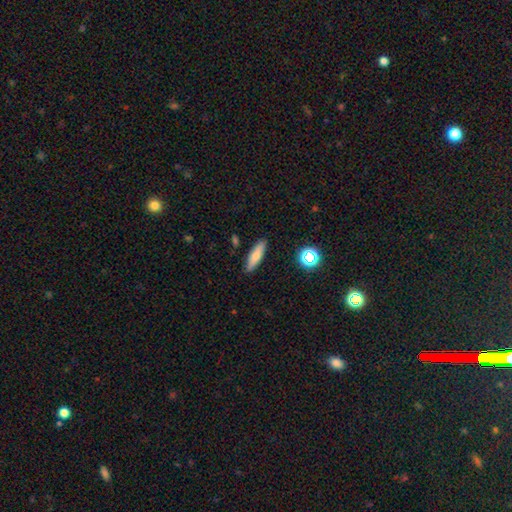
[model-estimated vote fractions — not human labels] smooth-or-featured: smooth: 72% | featured or disk: 19% | star or artifact: 9%
  how-rounded: cigar-shaped: 63% | in between: 35% | round: 3%
  merging: none: 87% | minor disturbance: 9% | major disturbance: 2% | merger: 2%